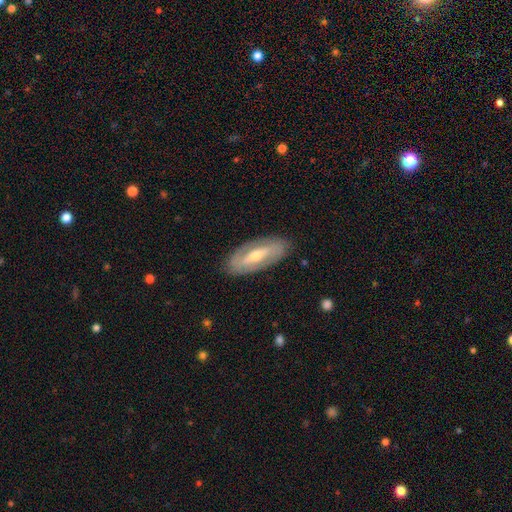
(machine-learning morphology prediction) Overall: featured or disk (69%). Edge-on disk: no (83%). Bar: strong (37%; weak 36%). Spiral arms: yes (58%; no 42%). Bulge size: moderate (59%; small 35%). Merging: none (85%).